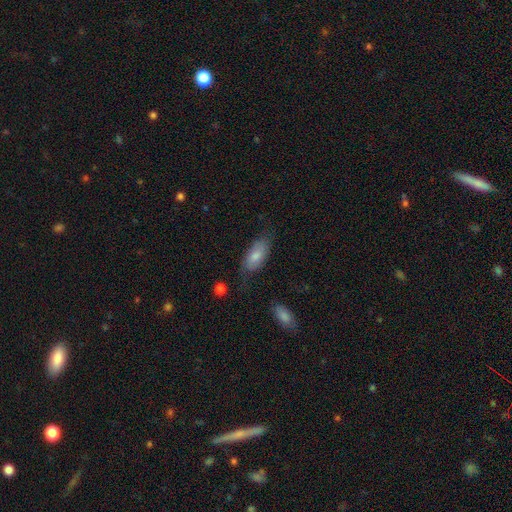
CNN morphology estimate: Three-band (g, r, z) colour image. It shows a smooth galaxy with no disk features (76%) that is in between round and cigar-shaped (87%). Merging: none (64%).